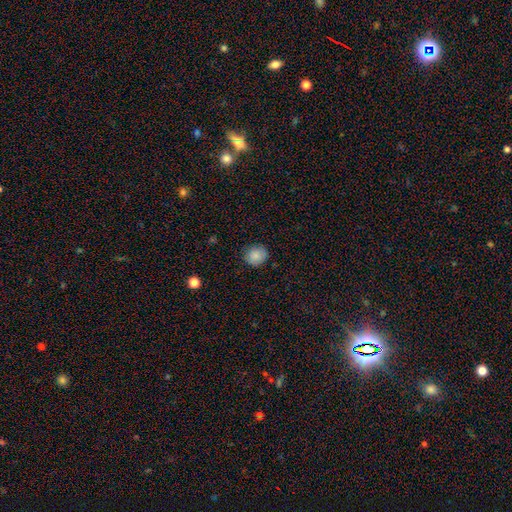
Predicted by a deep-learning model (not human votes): A smooth galaxy with no disk features (86%) that is round (75%). Merging: none (84%).